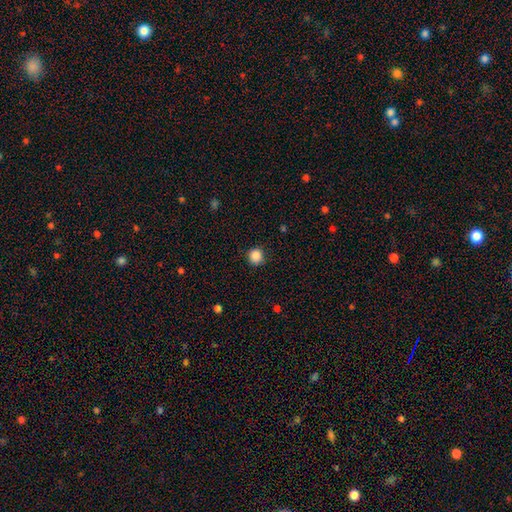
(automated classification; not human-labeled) Overall: smooth (87%). How rounded: round (93%). Merging: none (89%).